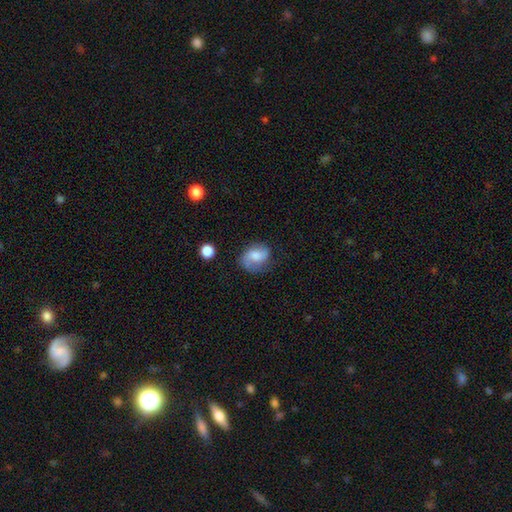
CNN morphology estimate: The model was most divided on "smooth or featured": smooth: 56%, featured or disk: 35%, star or artifact: 9%. More confident: how rounded — in between (61%); merging — none (57%).